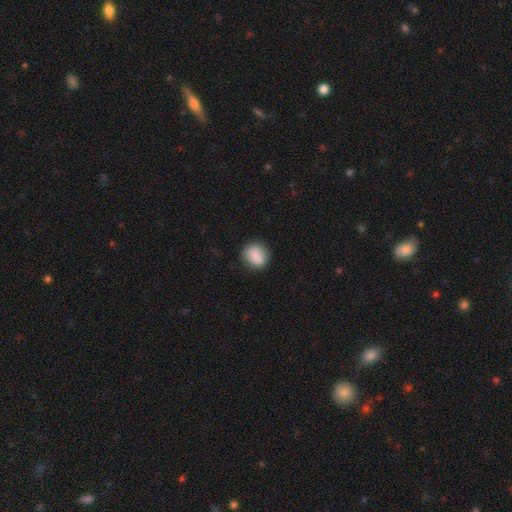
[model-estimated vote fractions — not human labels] This appears to be a smooth galaxy with no disk features (77%) that is round (83%). Merging: none (70%).